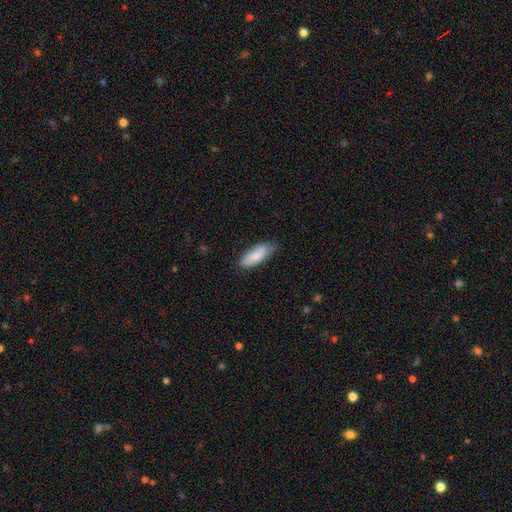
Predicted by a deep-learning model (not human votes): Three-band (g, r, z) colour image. It shows a smooth galaxy with no disk features (83%) that is in between round and cigar-shaped (70%). Merging: none (70%).